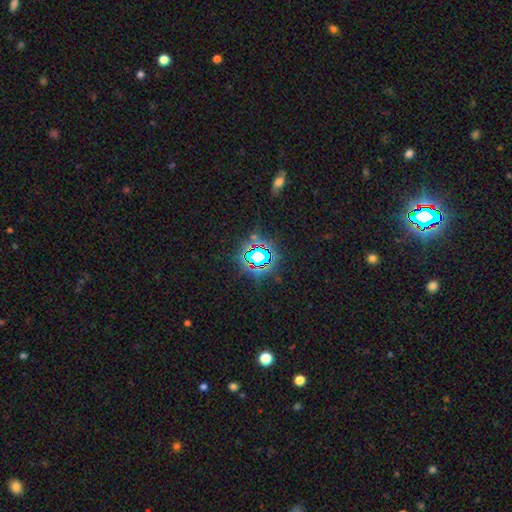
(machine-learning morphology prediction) star or artifact 71%, smooth 18%, featured or disk 11%.